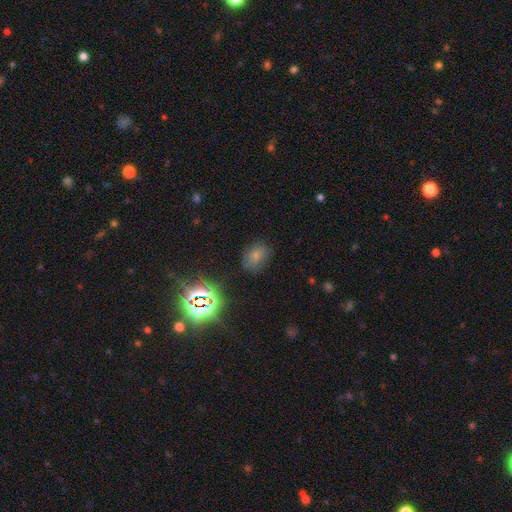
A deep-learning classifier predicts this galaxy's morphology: This is likely a smooth galaxy (64%). How rounded: likely in between (64%). Merging: likely none (73%).